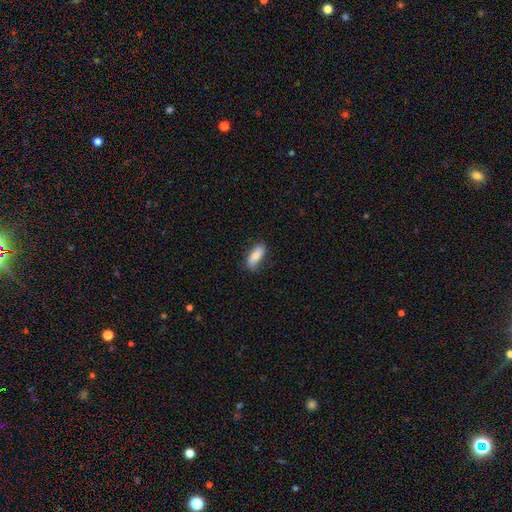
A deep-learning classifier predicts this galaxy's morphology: This appears to be a smooth galaxy with no disk features (74%) that is in between round and cigar-shaped (75%). Merging: none (75%).